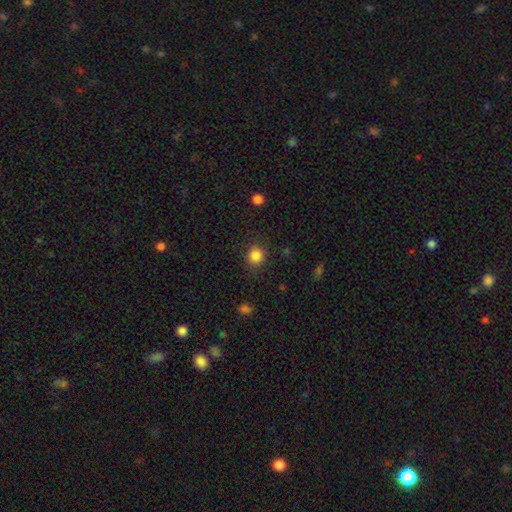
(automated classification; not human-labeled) The model was most divided on "smooth or featured": smooth: 85%, star or artifact: 11%, featured or disk: 4%. More confident: how rounded — round (88%); merging — none (87%).